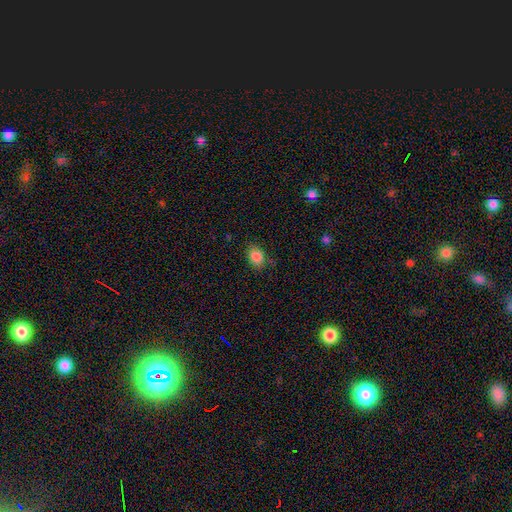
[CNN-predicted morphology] A smooth galaxy with no disk features (86%) that is in between round and cigar-shaped (64%). Merging: none (79%).